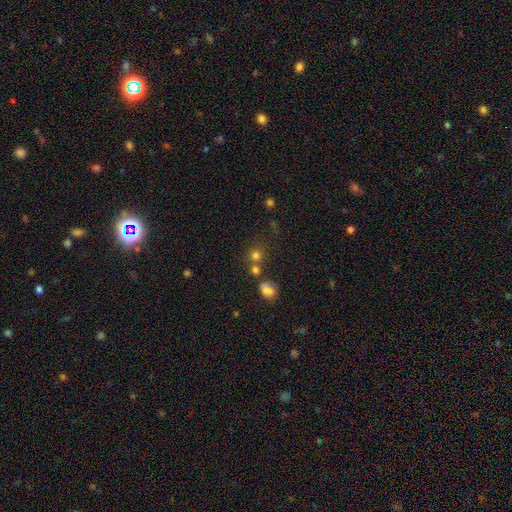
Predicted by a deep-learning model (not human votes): Morphology: type=smooth (73%); roundness=round (84%); merging=none (59%).